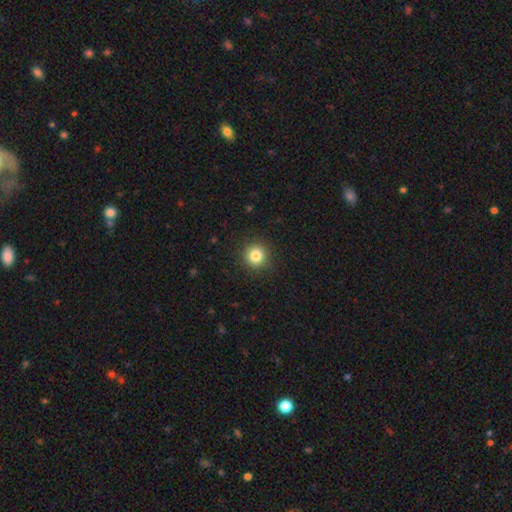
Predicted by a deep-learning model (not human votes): A smooth galaxy with no disk features (83%) that is round (94%).

Vote fractions:
- Smooth or featured? smooth: 83% / star or artifact: 12% / featured or disk: 6%
- How rounded? round: 94% / in between: 5% / cigar-shaped: 1%
- Merging? none: 92% / minor disturbance: 5% / major disturbance: 2% / merger: 1%